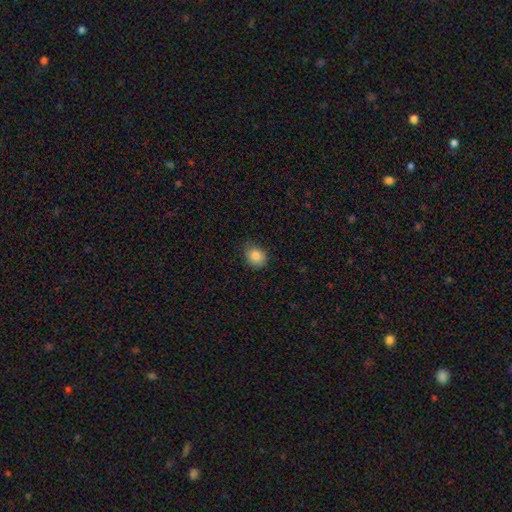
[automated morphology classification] Q: Smooth or featured?
A: smooth (85%); runner-up: star or artifact (9%)
Q: How rounded?
A: round (62%); runner-up: in between (37%)
Q: Merging?
A: none (79%); runner-up: minor disturbance (17%)